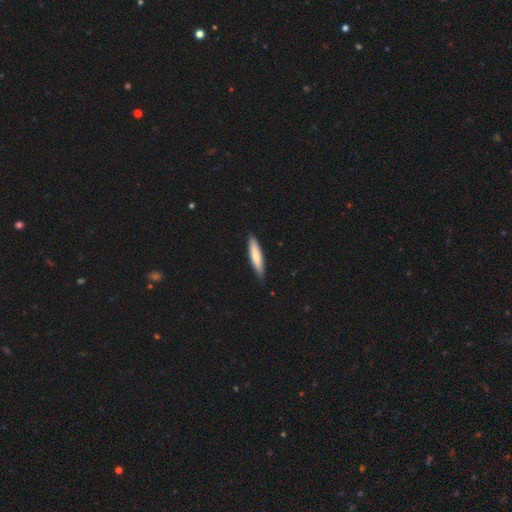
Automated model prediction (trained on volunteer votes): smooth-or-featured: smooth: 73% | featured or disk: 22% | star or artifact: 5%
  how-rounded: cigar-shaped: 84% | in between: 15% | round: 1%
  merging: none: 88% | minor disturbance: 10% | major disturbance: 1% | merger: 1%